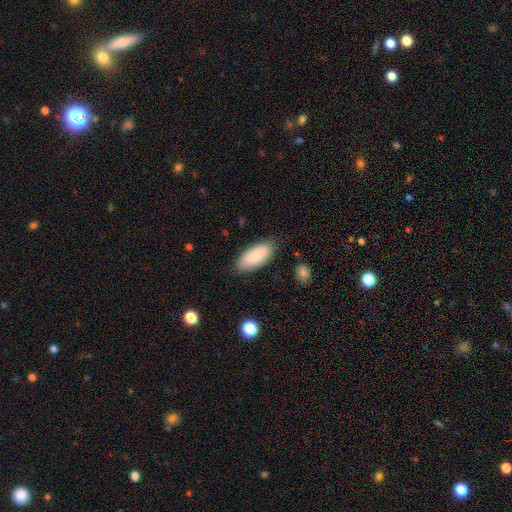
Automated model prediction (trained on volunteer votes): This is clearly a smooth galaxy (82%). How rounded: clearly in between (90%). Merging: clearly none (81%).